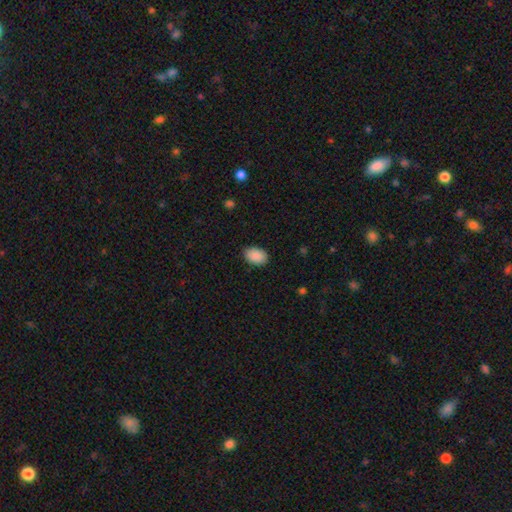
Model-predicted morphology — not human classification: This is clearly a smooth galaxy (90%). How rounded: clearly in between (85%). Merging: clearly none (87%).